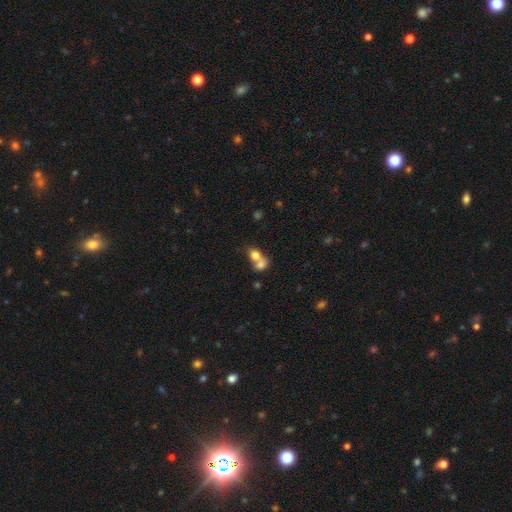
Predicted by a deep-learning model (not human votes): A smooth galaxy with no disk features (73%) that is round (52%).

Vote fractions:
- Smooth or featured? smooth: 73% / featured or disk: 17% / star or artifact: 10%
- How rounded? round: 52% / in between: 47% / cigar-shaped: 1%
- Merging? merger: 73% / none: 19% / minor disturbance: 5% / major disturbance: 3%